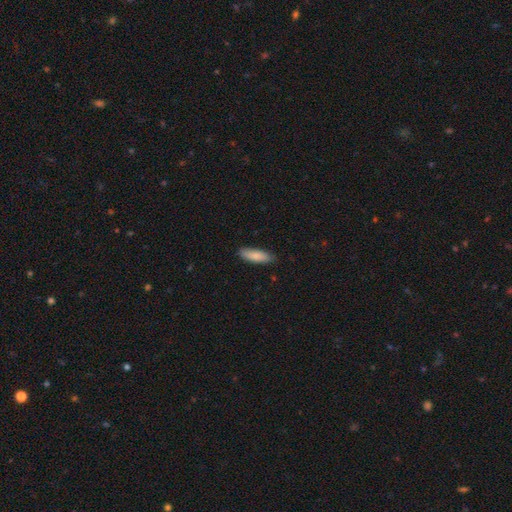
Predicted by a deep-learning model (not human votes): Q: Smooth or featured?
A: smooth (85%); runner-up: featured or disk (9%)
Q: How rounded?
A: in between (53%); runner-up: cigar-shaped (46%)
Q: Merging?
A: none (85%); runner-up: minor disturbance (12%)